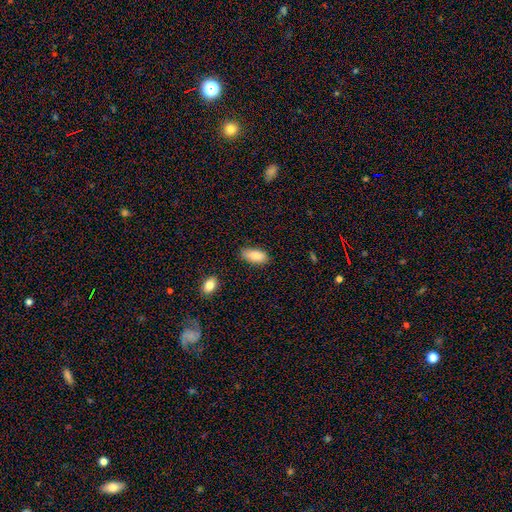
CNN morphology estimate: Smooth or featured?
  - smooth: 87% *
  - star or artifact: 7%
  - featured or disk: 6%
How rounded?
  - in between: 87% *
  - cigar-shaped: 10%
  - round: 2%
Merging?
  - none: 82% *
  - minor disturbance: 14%
  - major disturbance: 3%
  - merger: 2%